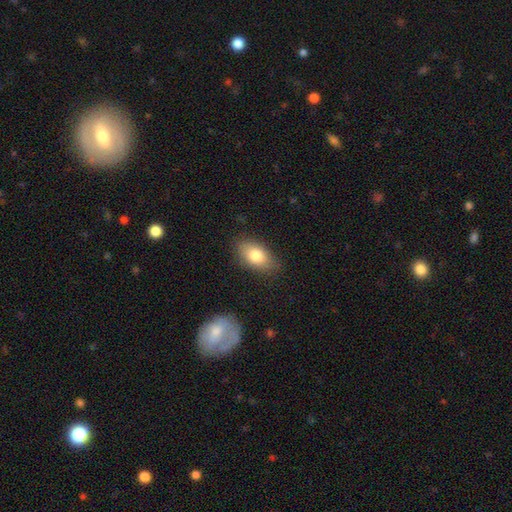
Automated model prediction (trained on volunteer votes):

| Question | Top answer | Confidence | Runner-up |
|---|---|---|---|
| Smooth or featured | smooth | 79% | featured or disk (13%) |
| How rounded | in between | 89% | round (8%) |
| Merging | none | 83% | minor disturbance (12%) |